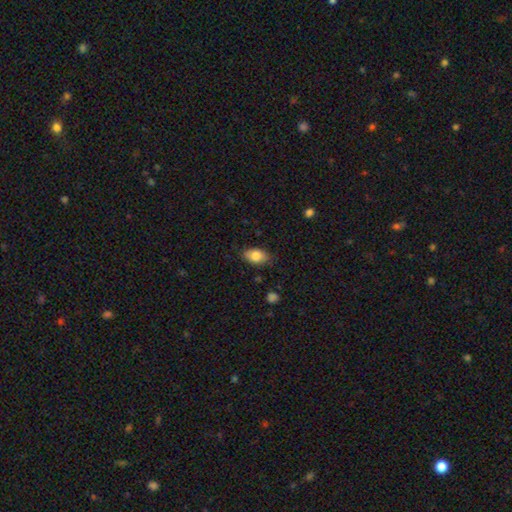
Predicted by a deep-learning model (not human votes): A smooth galaxy with no disk features (82%) that is in between round and cigar-shaped (90%). Merging: none (81%).